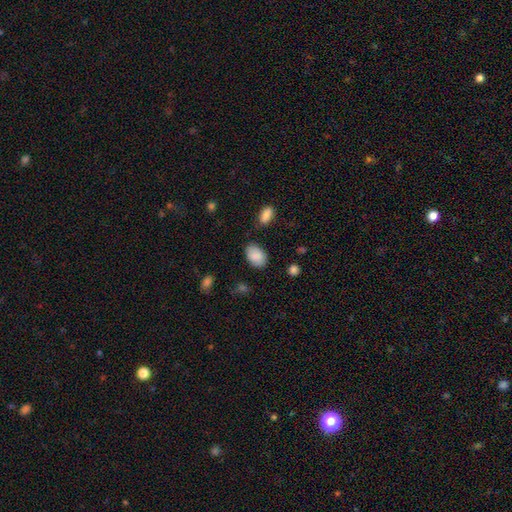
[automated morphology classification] Smooth or featured? smooth (87%)
How rounded? in between (86%)
Merging? none (77%)